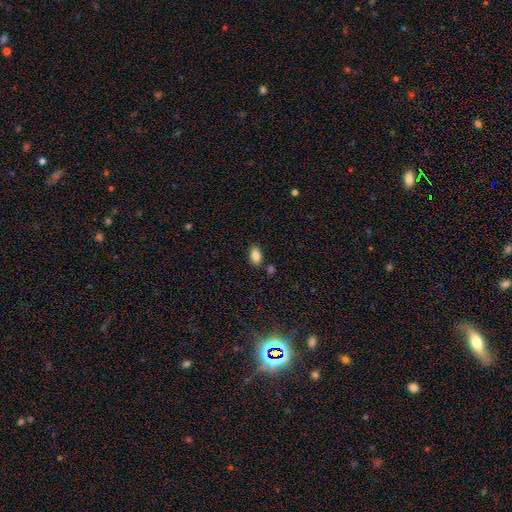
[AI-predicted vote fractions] smooth 85%, star or artifact 9%, featured or disk 6%. Down the decision tree: how rounded — in between (91%); merging — none (80%).